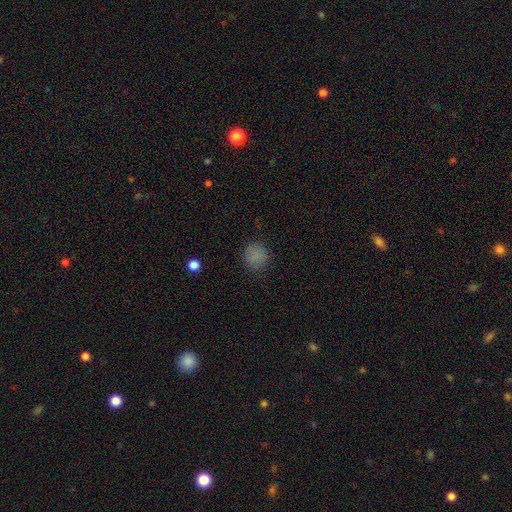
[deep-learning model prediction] Overall: smooth (82%). How rounded: round (88%). Merging: none (85%).